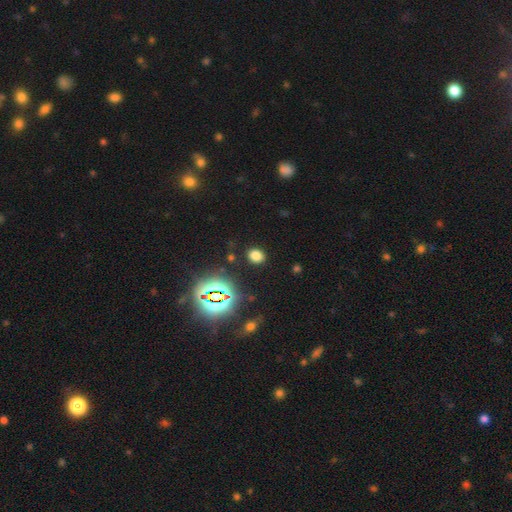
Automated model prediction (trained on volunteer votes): Smooth or featured?
  - smooth: 71% *
  - star or artifact: 23%
  - featured or disk: 6%
How rounded?
  - round: 50% *
  - in between: 49%
  - cigar-shaped: 1%
Merging?
  - none: 87% *
  - minor disturbance: 8%
  - major disturbance: 3%
  - merger: 2%